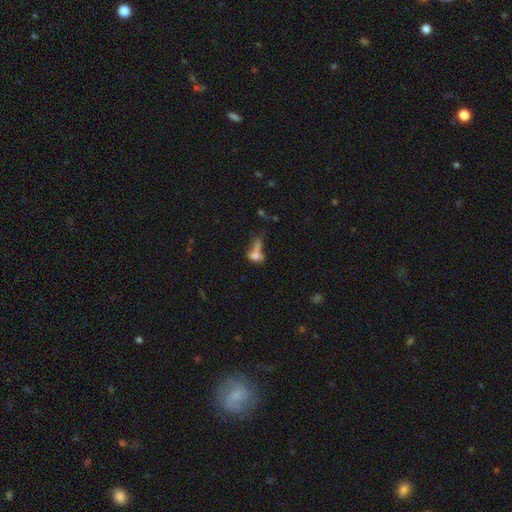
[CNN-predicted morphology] A smooth galaxy with no disk features (62%) that is in between round and cigar-shaped (65%). Merging: merger (45%).